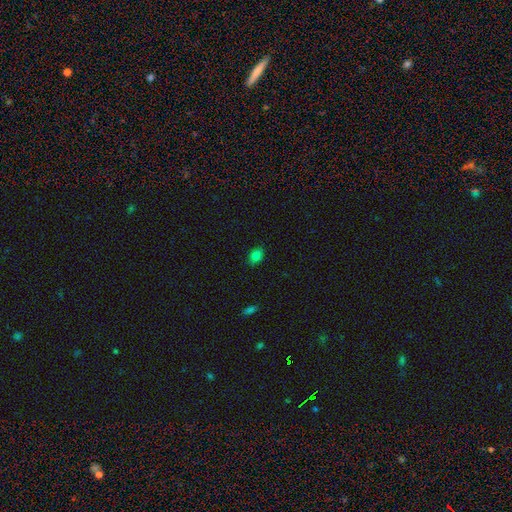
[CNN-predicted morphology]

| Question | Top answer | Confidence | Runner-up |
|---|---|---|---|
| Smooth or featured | smooth | 80% | star or artifact (13%) |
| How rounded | in between | 74% | round (25%) |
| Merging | none | 85% | minor disturbance (12%) |